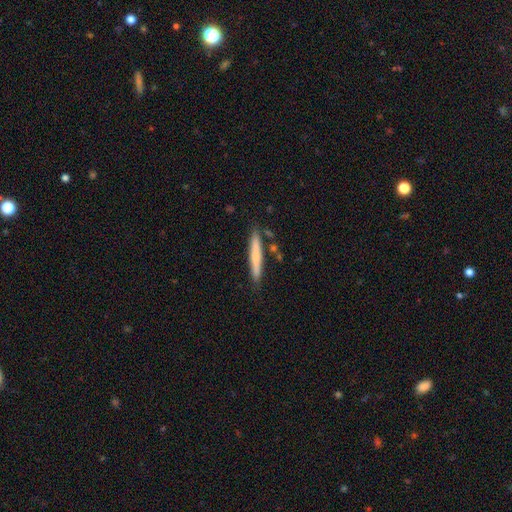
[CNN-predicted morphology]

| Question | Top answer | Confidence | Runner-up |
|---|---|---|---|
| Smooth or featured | smooth | 66% | featured or disk (28%) |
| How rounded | cigar-shaped | 95% | in between (4%) |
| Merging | none | 83% | minor disturbance (11%) |